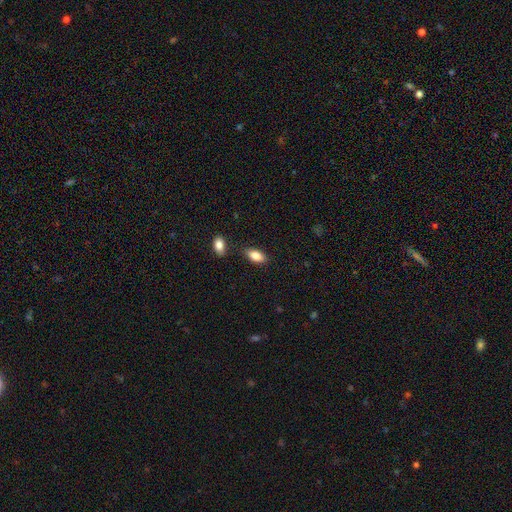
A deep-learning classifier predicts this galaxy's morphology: Smooth or featured: smooth — 84% (featured or disk — 9%)
How rounded: in between — 90% (cigar-shaped — 6%)
Merging: none — 81% (minor disturbance — 12%)